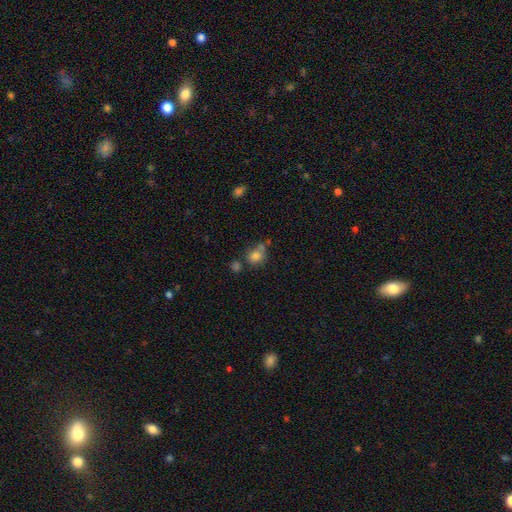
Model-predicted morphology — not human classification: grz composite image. It shows a smooth galaxy with no disk features (77%) that is round (75%). Merging: none (57%).